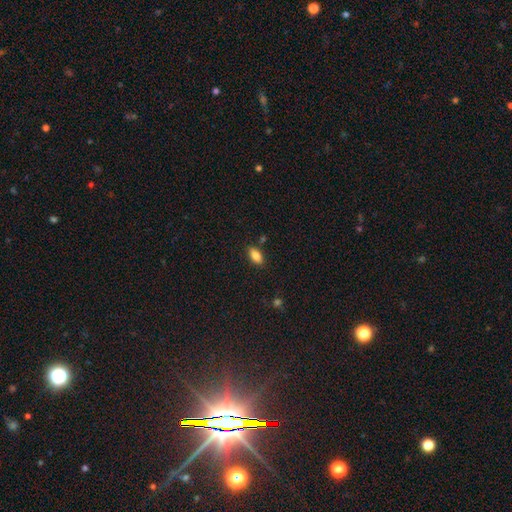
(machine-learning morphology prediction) Smooth or featured? Predicted: smooth (p=0.85). How rounded? Predicted: in between (p=0.90). Merging? Predicted: none (p=0.84).